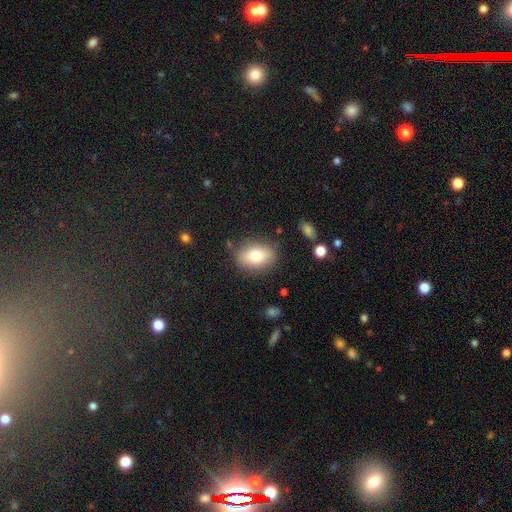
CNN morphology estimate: Overall: smooth (78%). How rounded: in between (77%). Merging: none (81%).